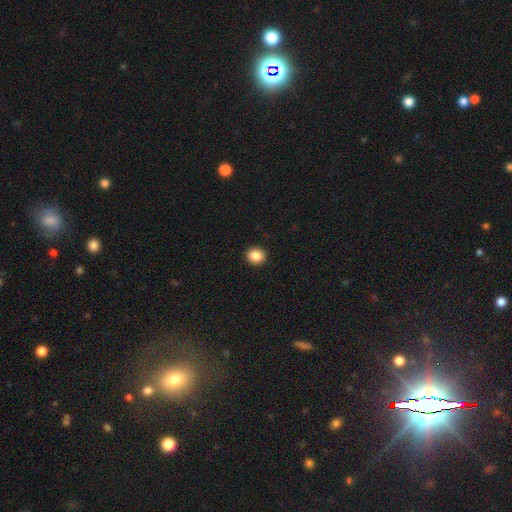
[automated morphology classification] smooth 87%, star or artifact 9%, featured or disk 4%. Down the decision tree: how rounded — round (80%); merging — none (93%).